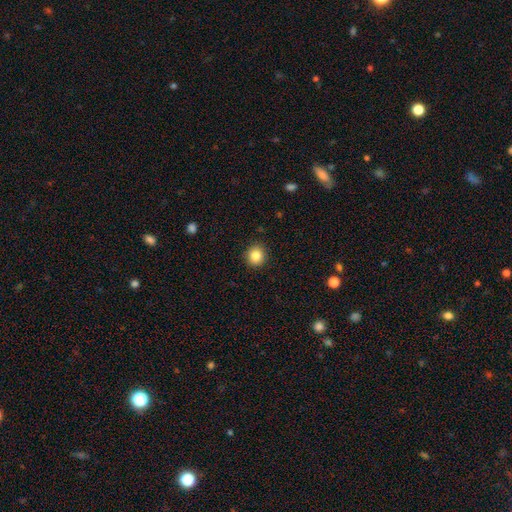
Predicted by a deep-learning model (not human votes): This is clearly a smooth galaxy (84%). How rounded: clearly round (90%). Merging: clearly none (91%).